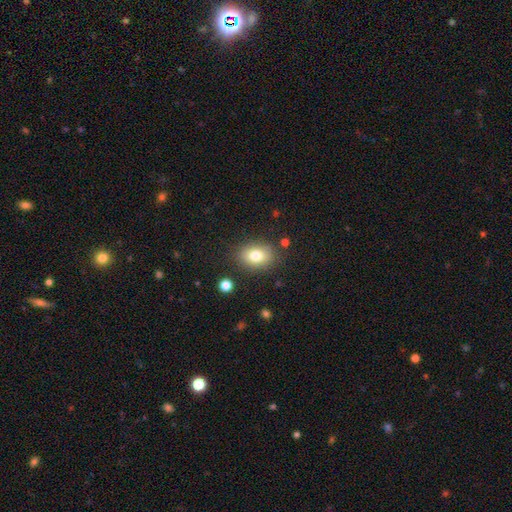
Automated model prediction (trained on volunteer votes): Smooth or featured? smooth (79%)
How rounded? in between (72%)
Merging? none (82%)